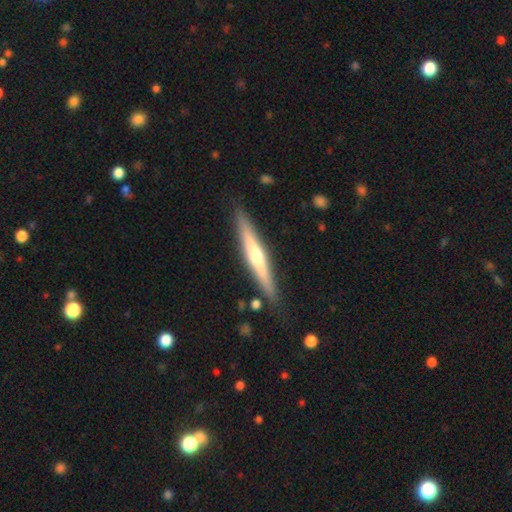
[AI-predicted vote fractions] The model was most divided on "smooth or featured": featured or disk: 61%, smooth: 34%, star or artifact: 6%. More confident: edge-on disk — yes (96%); merging — none (88%); edge-on bulge — rounded (79%).